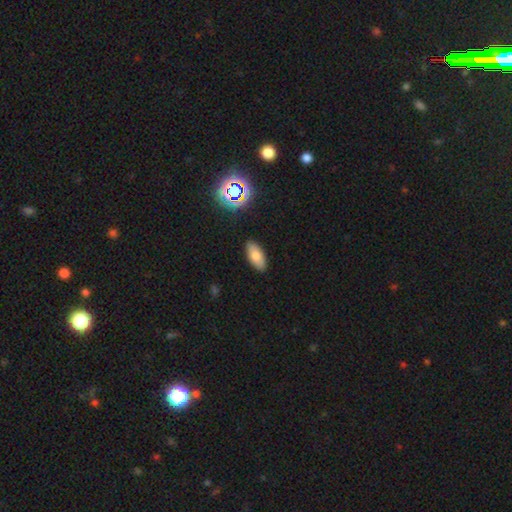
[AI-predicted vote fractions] Smooth or featured? smooth (77%)
How rounded? in between (89%)
Merging? none (88%)